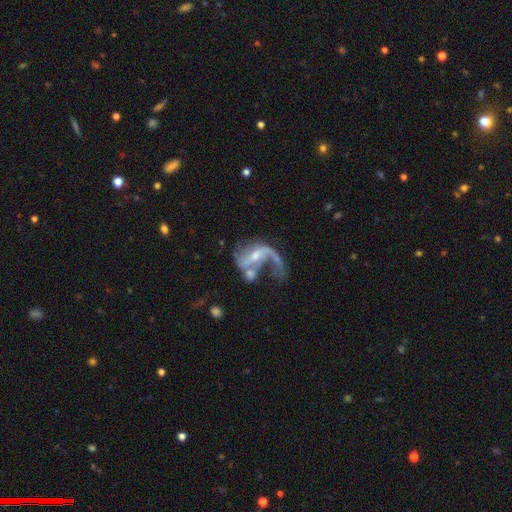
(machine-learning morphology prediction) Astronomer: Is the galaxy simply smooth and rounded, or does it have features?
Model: featured or disk — 83%.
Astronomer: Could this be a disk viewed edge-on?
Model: no — 97%.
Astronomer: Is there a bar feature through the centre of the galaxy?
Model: weak — 44% (runner-up: no, 33%).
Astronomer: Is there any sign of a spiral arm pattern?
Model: yes — 87%.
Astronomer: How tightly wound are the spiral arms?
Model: loose — 79%.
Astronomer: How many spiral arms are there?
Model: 2 — 51% (runner-up: 1, 39%).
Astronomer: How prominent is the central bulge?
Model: small — 51% (runner-up: moderate, 38%).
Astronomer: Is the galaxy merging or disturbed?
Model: major disturbance — 37% (runner-up: merger, 26%).